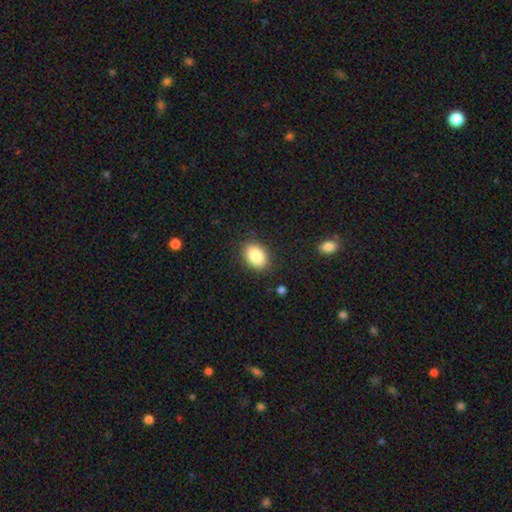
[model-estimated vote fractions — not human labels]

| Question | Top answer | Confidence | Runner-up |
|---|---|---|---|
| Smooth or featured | smooth | 87% | star or artifact (7%) |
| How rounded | in between | 79% | round (20%) |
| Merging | none | 86% | minor disturbance (9%) |